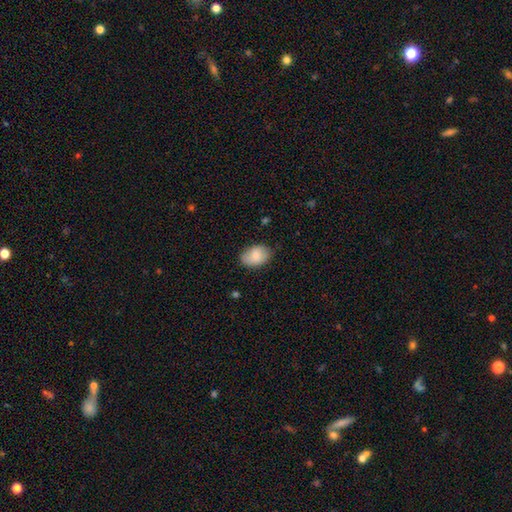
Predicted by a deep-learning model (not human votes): Morphology: type=smooth (80%); roundness=in between (85%); merging=none (78%).